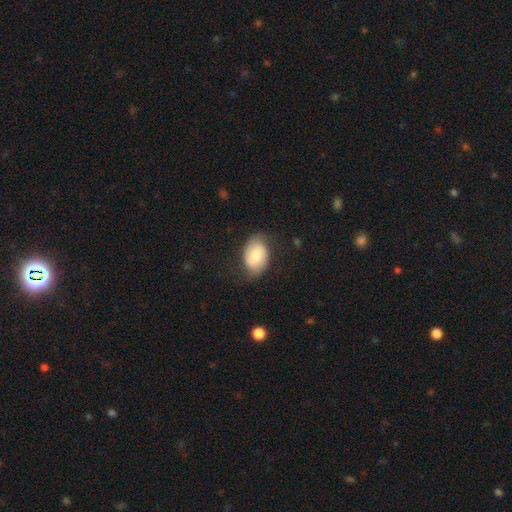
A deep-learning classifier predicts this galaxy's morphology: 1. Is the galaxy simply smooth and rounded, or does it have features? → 63% smooth, 30% featured or disk, 7% star or artifact.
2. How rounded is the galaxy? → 83% in between, 16% round, 1% cigar-shaped.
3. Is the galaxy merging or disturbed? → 68% none, 23% minor disturbance, 8% major disturbance, 1% merger.